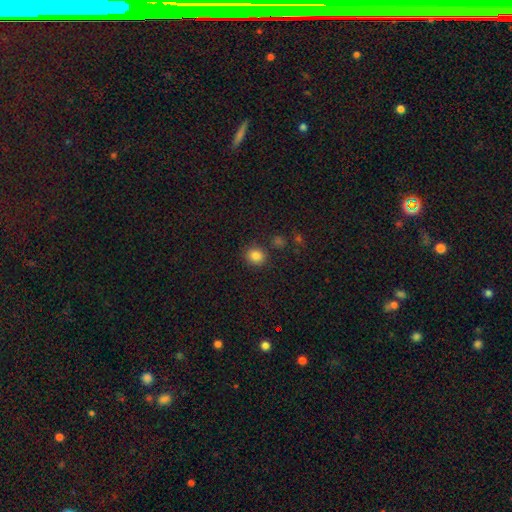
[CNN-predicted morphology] This appears to be a smooth galaxy with no disk features (84%) that is round (82%). Merging: none (84%).